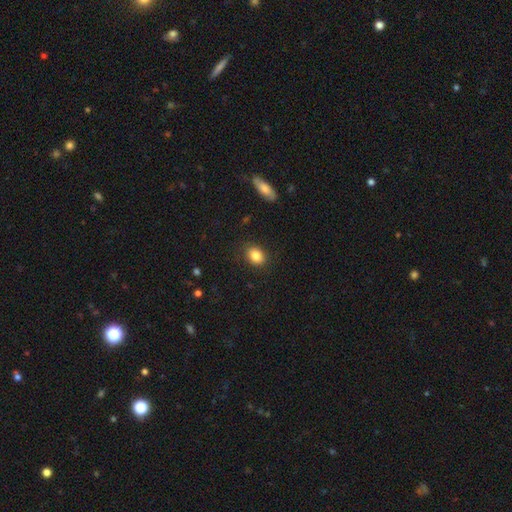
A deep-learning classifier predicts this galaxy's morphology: Overall: smooth (84%). How rounded: in between (58%; round 40%). Merging: none (86%).